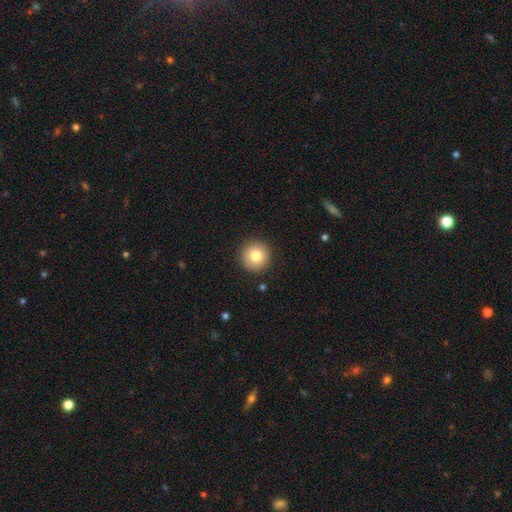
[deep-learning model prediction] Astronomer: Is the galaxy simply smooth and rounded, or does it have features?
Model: smooth — 82%.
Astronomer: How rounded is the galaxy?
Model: round — 95%.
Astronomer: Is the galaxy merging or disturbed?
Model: none — 90%.